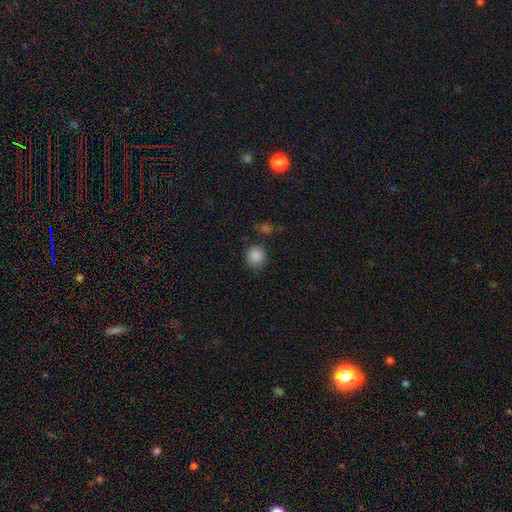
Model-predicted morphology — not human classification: Smooth or featured? smooth (87%)
How rounded? round (88%)
Merging? none (80%)